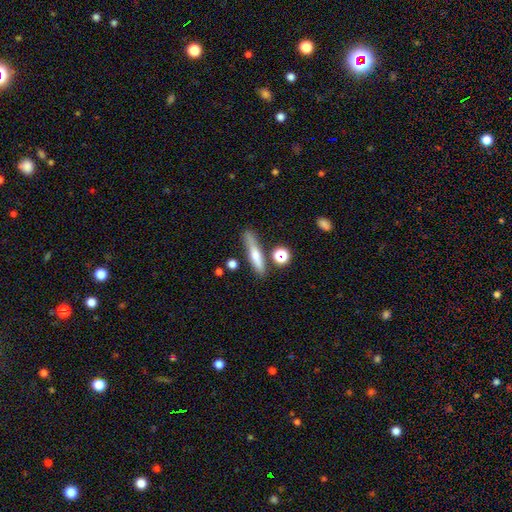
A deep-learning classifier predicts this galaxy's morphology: type=smooth (51%); roundness=cigar-shaped (81%); merging=none (72%).